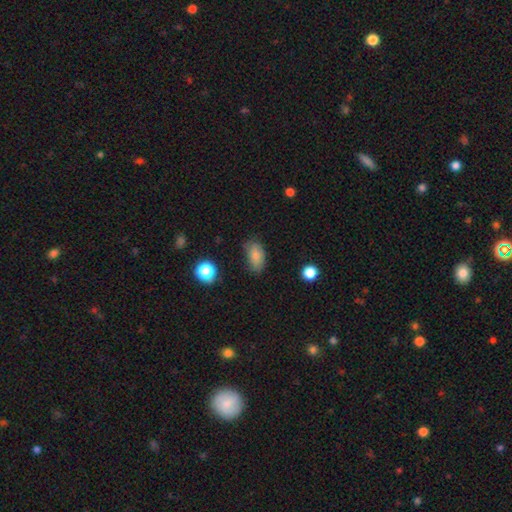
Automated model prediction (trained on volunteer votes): This appears to be a smooth galaxy with no disk features (82%) that is in between round and cigar-shaped (90%). Merging: none (68%).